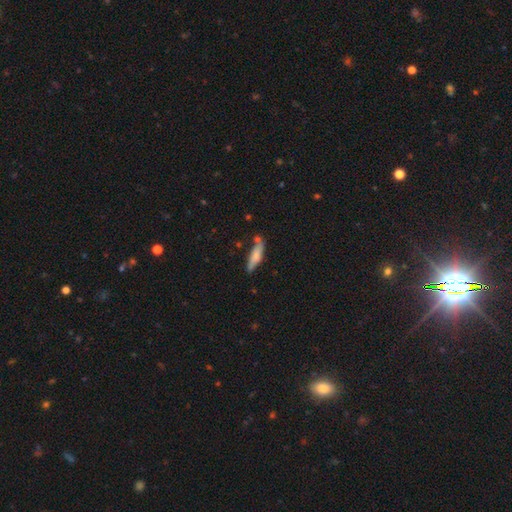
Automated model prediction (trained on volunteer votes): This is likely a smooth galaxy (69%). How rounded: likely cigar-shaped (70%). Merging: likely none (66%).